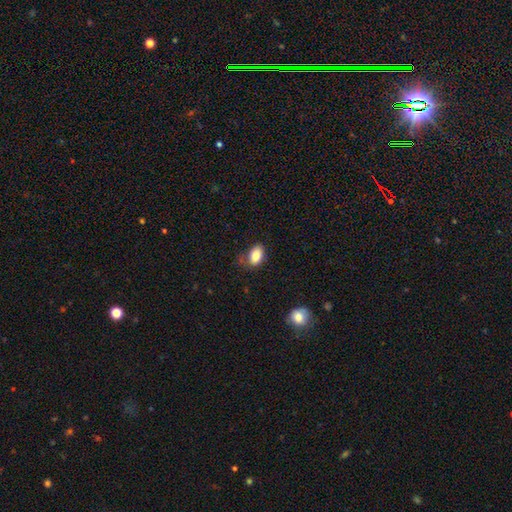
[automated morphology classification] The model was most divided on "merging": none: 62%, minor disturbance: 26%, major disturbance: 9%, merger: 3%. More confident: how rounded — in between (88%); smooth or featured — smooth (83%).